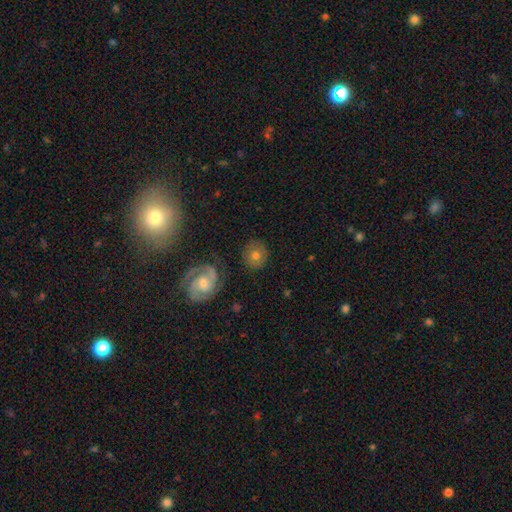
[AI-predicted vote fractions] smooth_or_featured: smooth (p=0.63) [alt: featured or disk p=0.28]
how_rounded: round (p=0.85) [alt: in between p=0.14]
merging: none (p=0.82) [alt: minor disturbance p=0.11]